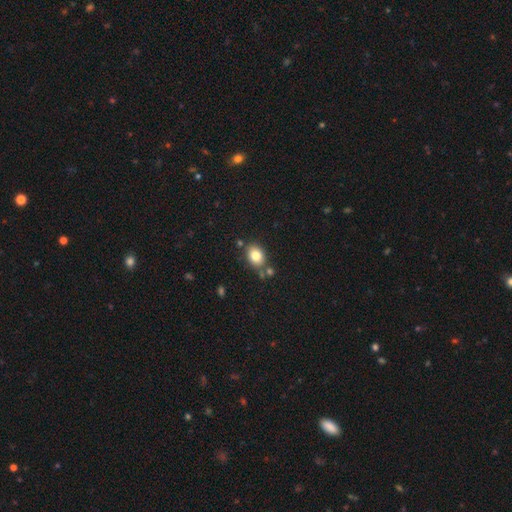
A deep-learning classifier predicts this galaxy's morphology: A smooth galaxy with no disk features (81%) that is in between round and cigar-shaped (63%). Merging: none (73%).